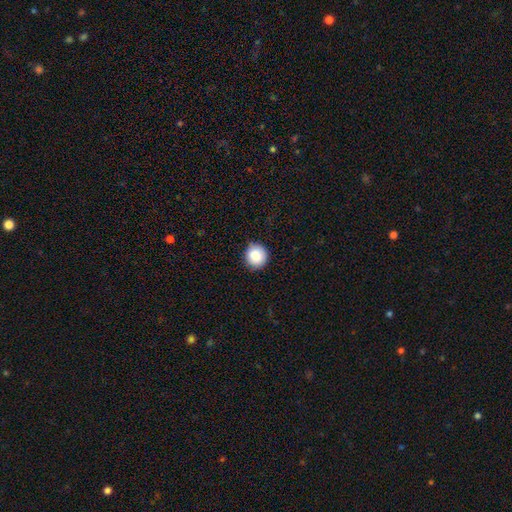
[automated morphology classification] type=smooth (88%); roundness=round (90%); merging=none (88%).